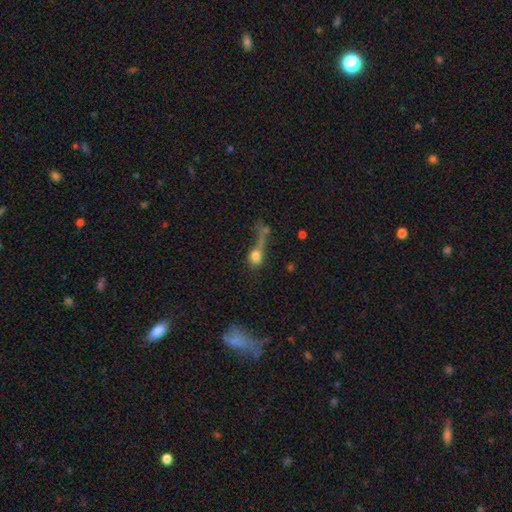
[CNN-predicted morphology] This is likely a smooth galaxy (67%). How rounded: possibly round (46%). Merging: possibly major disturbance (45%).